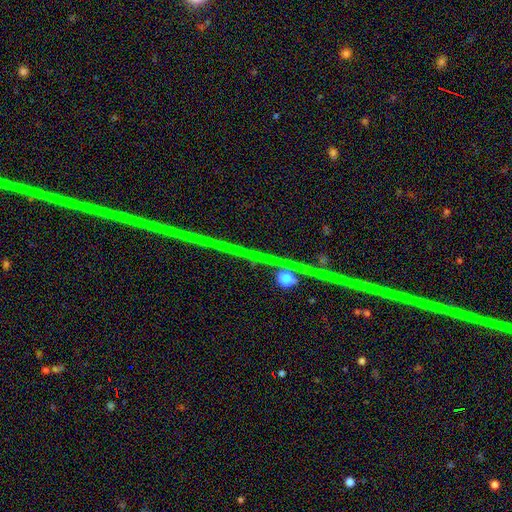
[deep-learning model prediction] Smooth or featured: star or artifact — 73% (featured or disk — 17%)